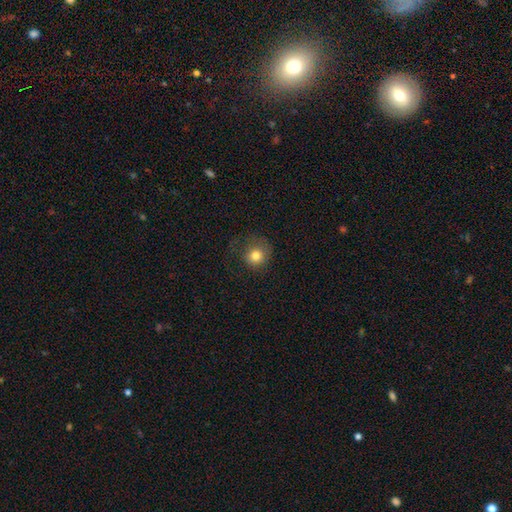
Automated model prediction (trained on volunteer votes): Smooth or featured? smooth (79%)
How rounded? round (88%)
Merging? none (64%)